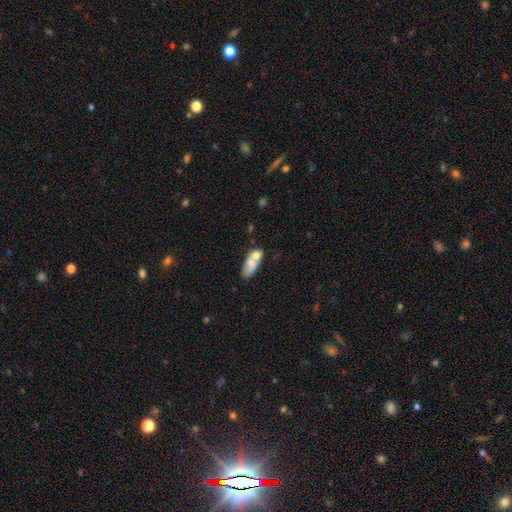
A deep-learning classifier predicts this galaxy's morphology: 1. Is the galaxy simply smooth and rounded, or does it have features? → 66% smooth, 26% featured or disk, 8% star or artifact.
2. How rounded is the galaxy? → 78% in between, 15% cigar-shaped, 7% round.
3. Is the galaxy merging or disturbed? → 48% merger, 29% none, 14% minor disturbance, 9% major disturbance.